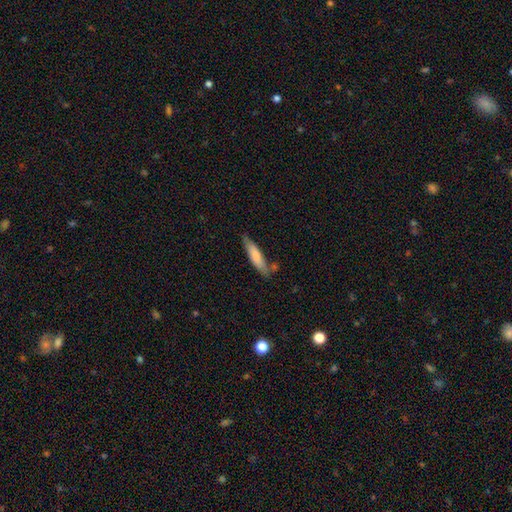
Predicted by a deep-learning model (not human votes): A smooth galaxy with no disk features (73%) that is cigar-shaped (77%).

Vote fractions:
- Smooth or featured? smooth: 73% / featured or disk: 21% / star or artifact: 5%
- How rounded? cigar-shaped: 77% / in between: 21% / round: 1%
- Merging? none: 69% / minor disturbance: 19% / merger: 8% / major disturbance: 4%